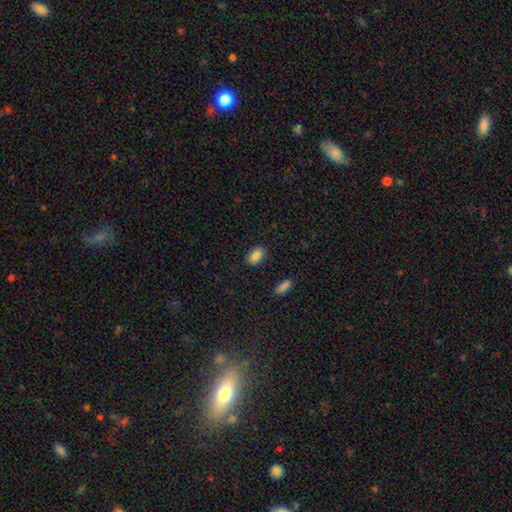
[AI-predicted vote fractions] This appears to be a smooth galaxy with no disk features (87%) that is in between round and cigar-shaped (88%). Merging: none (86%).